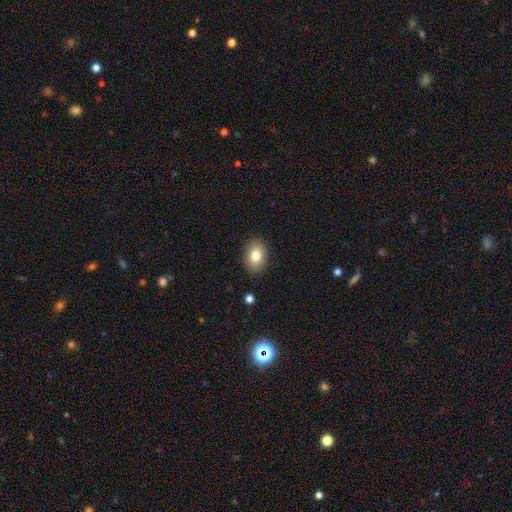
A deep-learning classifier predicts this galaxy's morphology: type=smooth (81%); roundness=in between (80%); merging=none (86%).